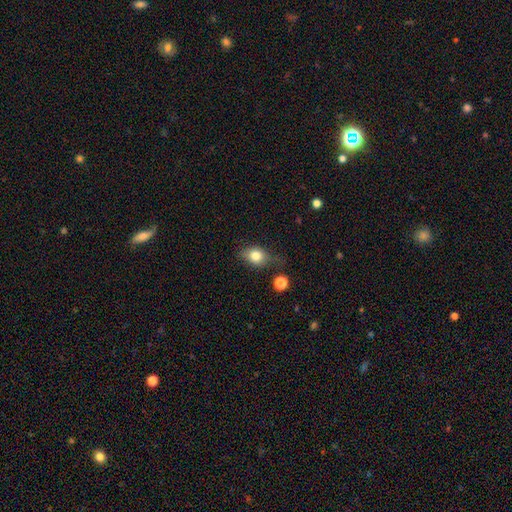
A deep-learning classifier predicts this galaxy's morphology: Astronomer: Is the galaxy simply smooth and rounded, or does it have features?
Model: smooth — 77%.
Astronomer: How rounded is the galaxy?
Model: in between — 57% (runner-up: round, 41%).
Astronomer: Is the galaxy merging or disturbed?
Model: none — 57%.